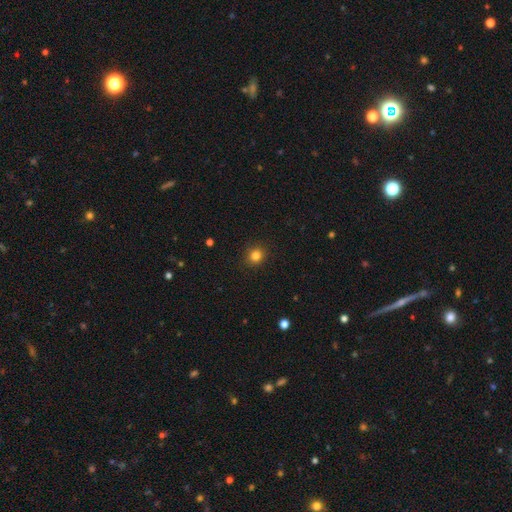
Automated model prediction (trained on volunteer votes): Morphology: type=smooth (83%); roundness=round (85%); merging=none (91%).